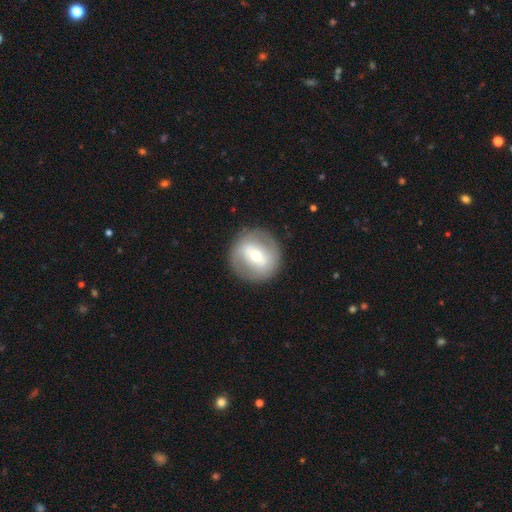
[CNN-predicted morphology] This is possibly a featured or disk galaxy (51%). It is clearly not viewed edge-on (94%). Merging: clearly none (86%).